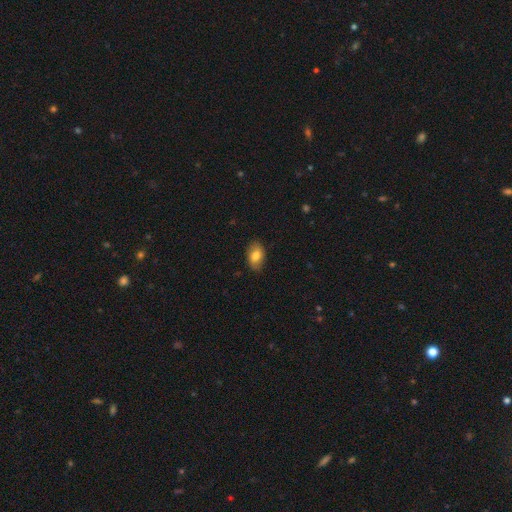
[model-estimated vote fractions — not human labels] smooth_or_featured: smooth (p=0.79) [alt: featured or disk p=0.13]
how_rounded: in between (p=0.88) [alt: round p=0.10]
merging: none (p=0.84) [alt: minor disturbance p=0.13]